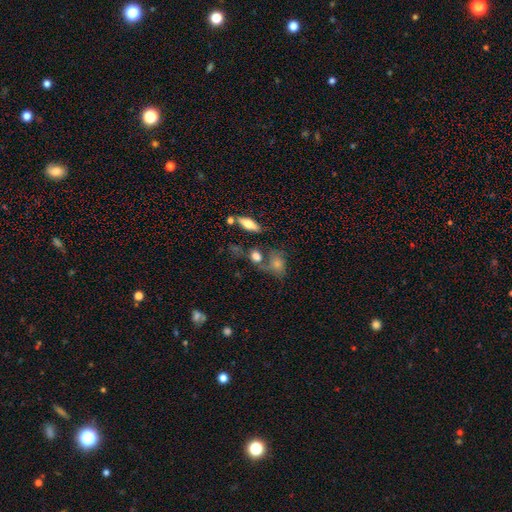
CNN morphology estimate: This is likely a smooth galaxy (70%). How rounded: possibly in between (50%). Merging: possibly none (50%).